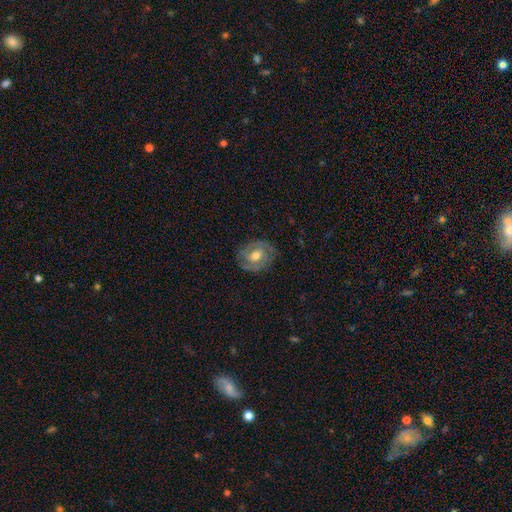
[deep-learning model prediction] This is likely a featured or disk galaxy (70%). It is clearly not viewed edge-on (96%). Bar: possibly no (53%). Spiral arm pattern: likely yes (78%). Spiral arm count: likely 2 (71%). Spiral winding: possibly tight (57%). Central bulge: likely moderate (75%). Merging: likely none (80%).